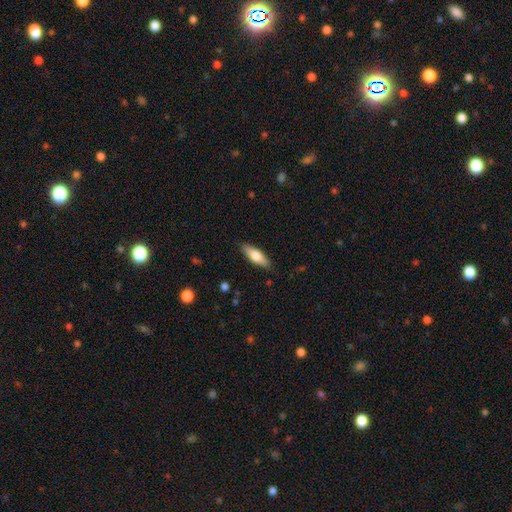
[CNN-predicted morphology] Overall: smooth (69%). How rounded: in between (54%; cigar-shaped 44%). Merging: none (87%).